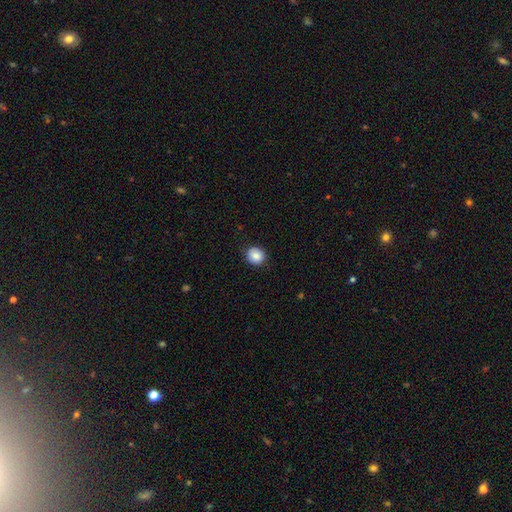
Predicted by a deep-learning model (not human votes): smooth-or-featured: smooth: 86% | star or artifact: 8% | featured or disk: 6%
  how-rounded: round: 85% | in between: 14% | cigar-shaped: 1%
  merging: none: 87% | minor disturbance: 9% | major disturbance: 2% | merger: 1%